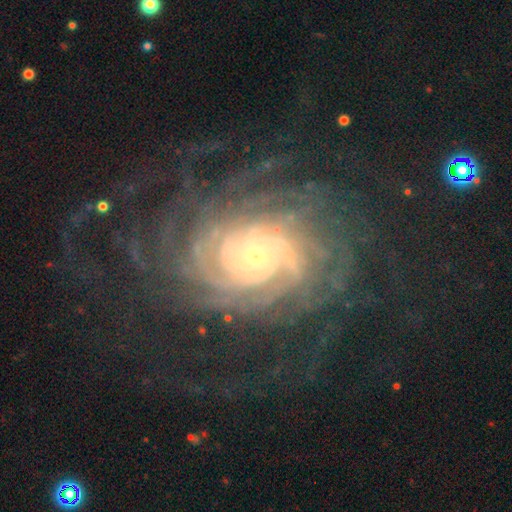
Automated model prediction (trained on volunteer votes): Smooth or featured: featured or disk — 89% (star or artifact — 7%)
Edge-on disk: no — 98% (yes — 2%)
Bar: no — 66% (weak — 23%)
Spiral arms: yes — 99% (no — 1%)
Spiral winding: tight — 79% (medium — 16%)
Spiral arm count: more than 4 — 37% (can't tell — 18%)
Bulge size: small — 72% (moderate — 24%)
Merging: none — 75% (minor disturbance — 12%)